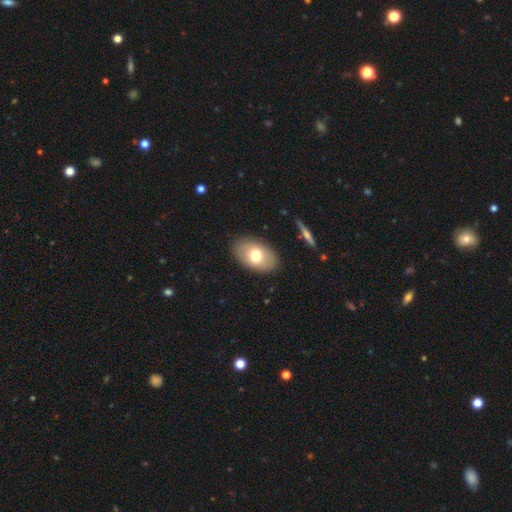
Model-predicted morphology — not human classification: This appears to be a smooth galaxy with no disk features (70%) that is in between round and cigar-shaped (90%). Merging: none (86%).